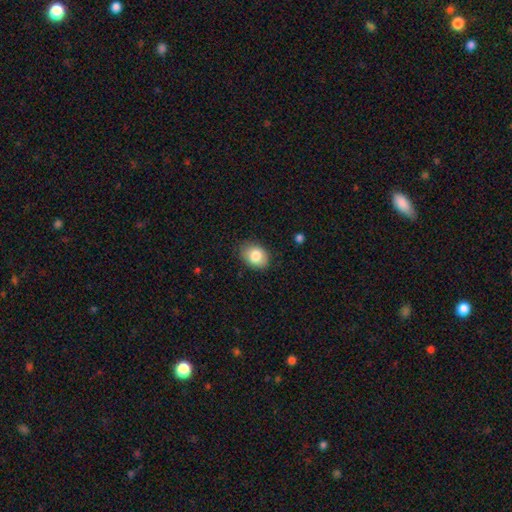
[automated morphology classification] type=smooth (83%); roundness=in between (71%); merging=none (81%).